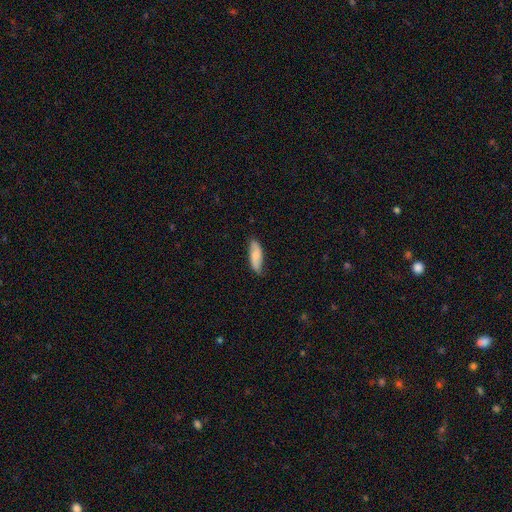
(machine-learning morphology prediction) Smooth or featured: smooth — 65% (featured or disk — 29%)
How rounded: in between — 58% (cigar-shaped — 40%)
Merging: none — 76% (minor disturbance — 20%)